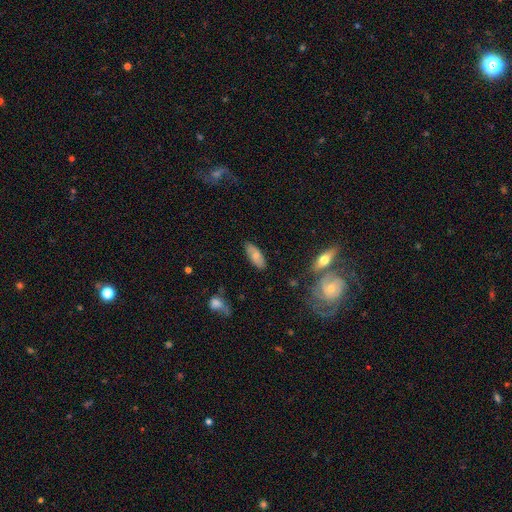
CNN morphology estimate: The model was most divided on "smooth or featured": smooth: 69%, featured or disk: 24%, star or artifact: 7%. More confident: merging — none (82%); how rounded — in between (80%).